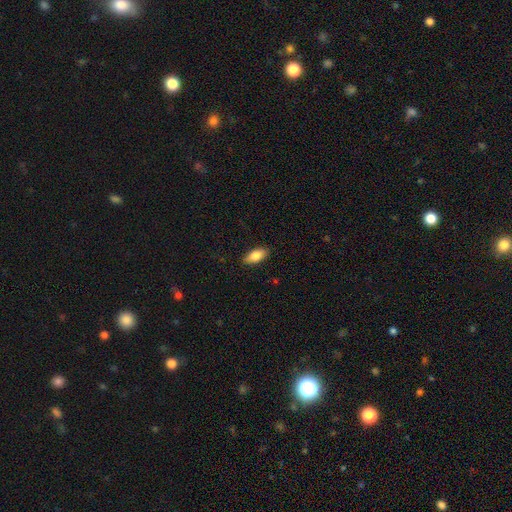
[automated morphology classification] smooth 82%, featured or disk 11%, star or artifact 7%. Down the decision tree: how rounded — in between (87%); merging — none (88%).